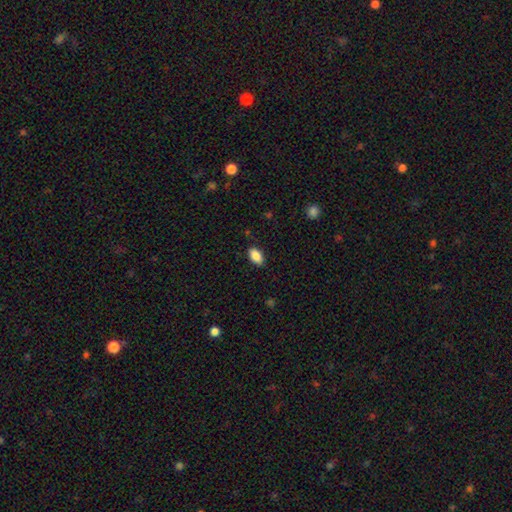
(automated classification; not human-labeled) Q: Smooth or featured?
A: smooth (88%); runner-up: star or artifact (8%)
Q: How rounded?
A: in between (92%); runner-up: round (5%)
Q: Merging?
A: none (86%); runner-up: minor disturbance (10%)